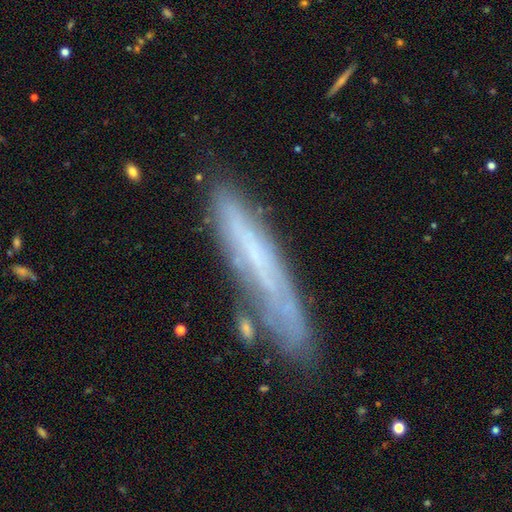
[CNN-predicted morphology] The model was most divided on "smooth or featured": featured or disk: 51%, smooth: 40%, star or artifact: 9%. More confident: edge-on disk — yes (74%); merging — none (71%).